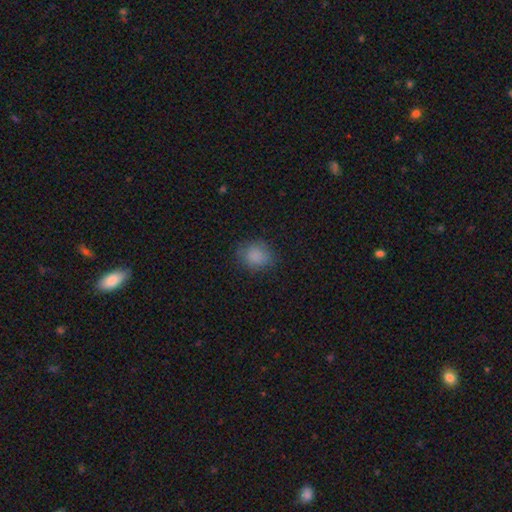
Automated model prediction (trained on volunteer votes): This is clearly a smooth galaxy (85%). How rounded: likely round (75%). Merging: likely none (79%).